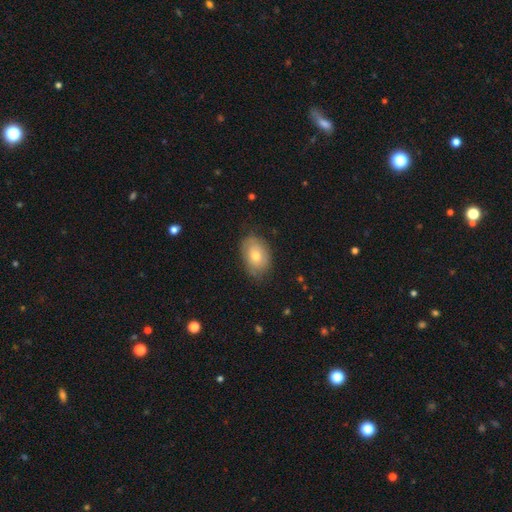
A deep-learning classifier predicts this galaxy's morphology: smooth-or-featured: smooth: 64% | featured or disk: 28% | star or artifact: 8%
  how-rounded: in between: 82% | round: 16% | cigar-shaped: 1%
  merging: none: 75% | minor disturbance: 20% | major disturbance: 4% | merger: 1%